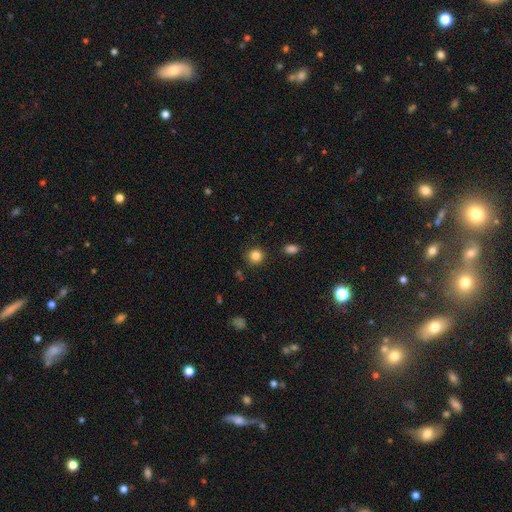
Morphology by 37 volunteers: This is clearly a smooth galaxy (86%). How rounded: likely round (75%). Merging: clearly none (88%).